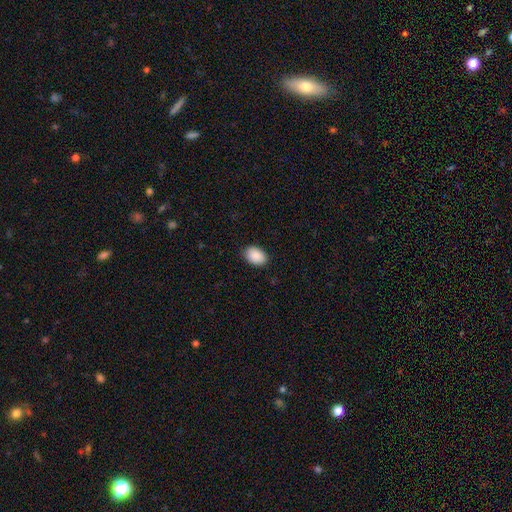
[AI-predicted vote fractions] Q: Smooth or featured?
A: smooth (90%); runner-up: star or artifact (7%)
Q: How rounded?
A: in between (83%); runner-up: round (16%)
Q: Merging?
A: none (88%); runner-up: minor disturbance (9%)